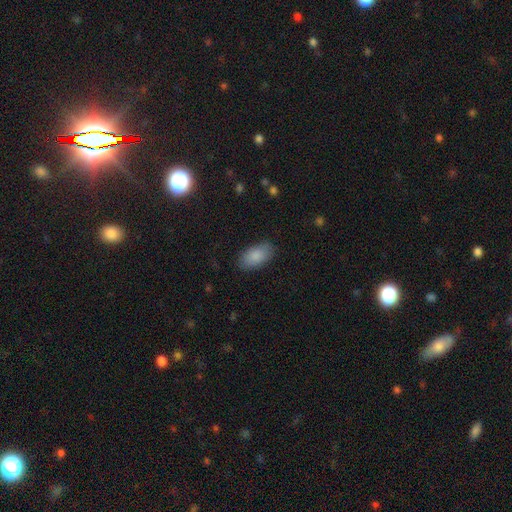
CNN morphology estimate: This appears to be a smooth galaxy with no disk features (87%) that is in between round and cigar-shaped (94%). Merging: none (85%).